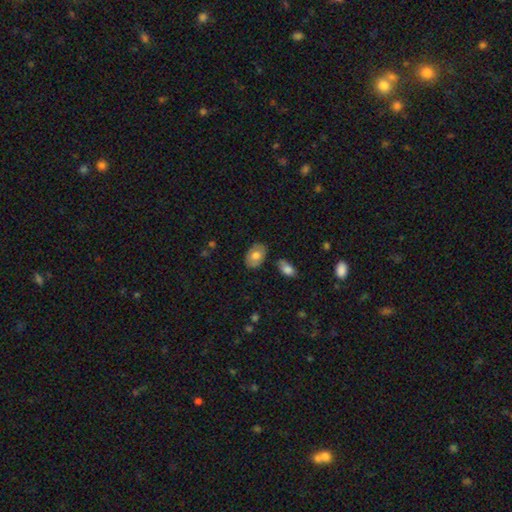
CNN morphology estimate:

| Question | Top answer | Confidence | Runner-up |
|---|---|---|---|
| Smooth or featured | smooth | 73% | featured or disk (20%) |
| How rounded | in between | 88% | round (11%) |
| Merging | none | 81% | minor disturbance (12%) |